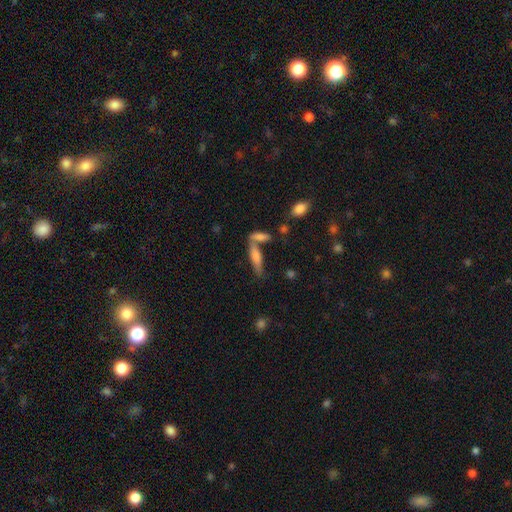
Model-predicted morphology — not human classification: A smooth galaxy with no disk features (56%) that is cigar-shaped (75%). Merging: none (53%).